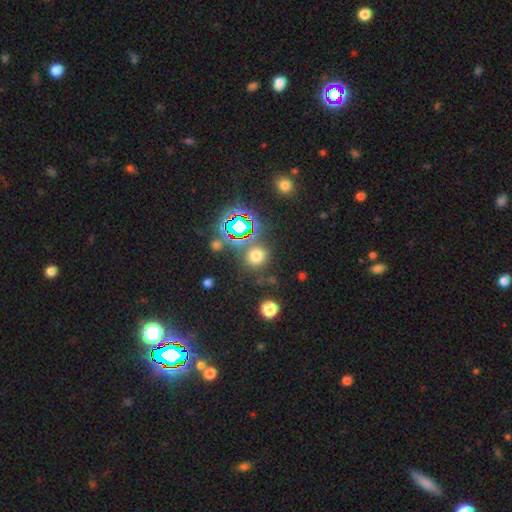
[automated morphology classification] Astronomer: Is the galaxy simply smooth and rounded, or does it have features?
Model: smooth — 63%.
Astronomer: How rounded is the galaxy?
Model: round — 86%.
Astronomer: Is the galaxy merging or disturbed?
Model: none — 77%.